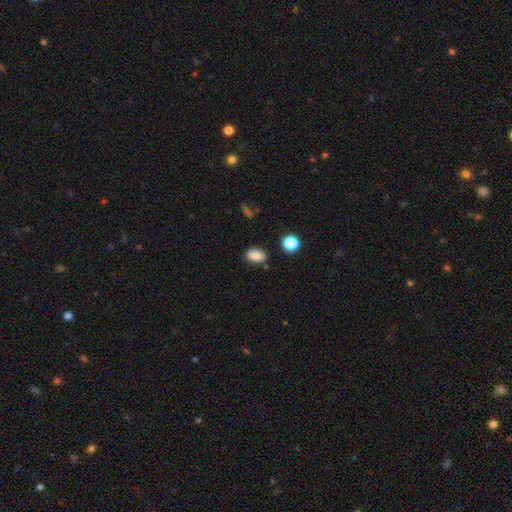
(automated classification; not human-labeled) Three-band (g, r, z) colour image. It shows a smooth galaxy with no disk features (83%) that is in between round and cigar-shaped (84%). Merging: none (82%).